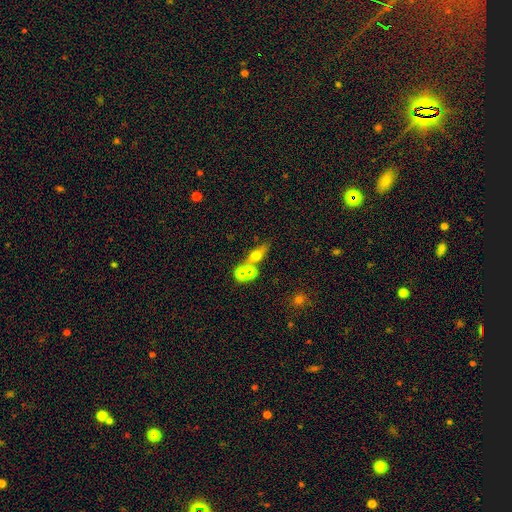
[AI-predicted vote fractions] Q: Smooth or featured?
A: smooth (49%); runner-up: featured or disk (30%)
Q: Merging?
A: none (57%); runner-up: merger (24%)